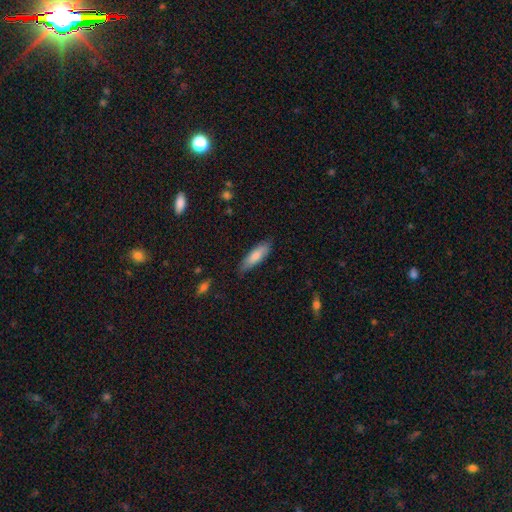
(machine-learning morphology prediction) Q: Smooth or featured?
A: smooth (80%); runner-up: featured or disk (14%)
Q: How rounded?
A: cigar-shaped (53%); runner-up: in between (45%)
Q: Merging?
A: none (77%); runner-up: minor disturbance (19%)